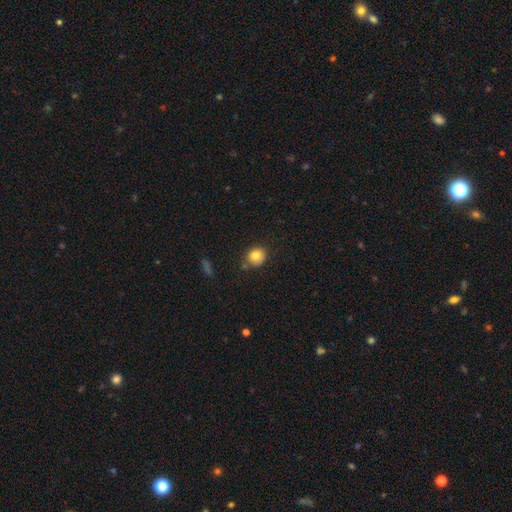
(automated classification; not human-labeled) A smooth galaxy with no disk features (81%) that is round (84%). Merging: none (77%).